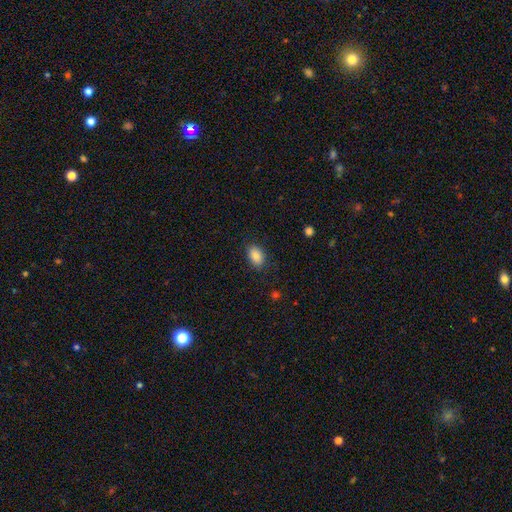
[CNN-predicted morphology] A smooth galaxy with no disk features (86%) that is in between round and cigar-shaped (87%).

Vote fractions:
- Smooth or featured? smooth: 86% / star or artifact: 8% / featured or disk: 6%
- How rounded? in between: 87% / round: 11% / cigar-shaped: 1%
- Merging? none: 85% / minor disturbance: 11% / major disturbance: 3% / merger: 1%